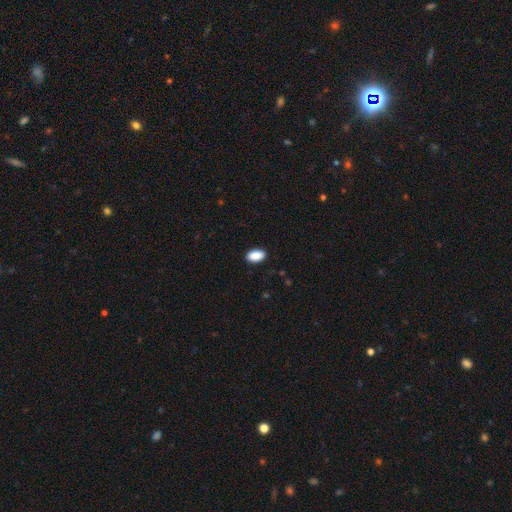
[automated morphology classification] The model was most divided on "merging": none: 89%, minor disturbance: 8%, major disturbance: 2%, merger: 1%. More confident: how rounded — in between (93%); smooth or featured — smooth (90%).